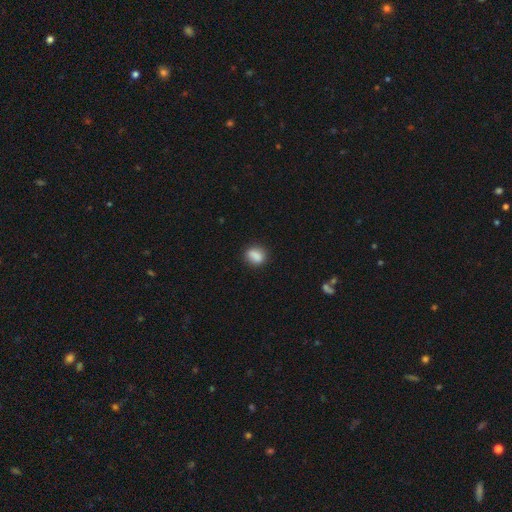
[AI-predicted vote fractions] The model was most divided on "how rounded": in between: 54%, round: 42%, cigar-shaped: 4%. More confident: smooth or featured — smooth (84%); merging — none (78%).